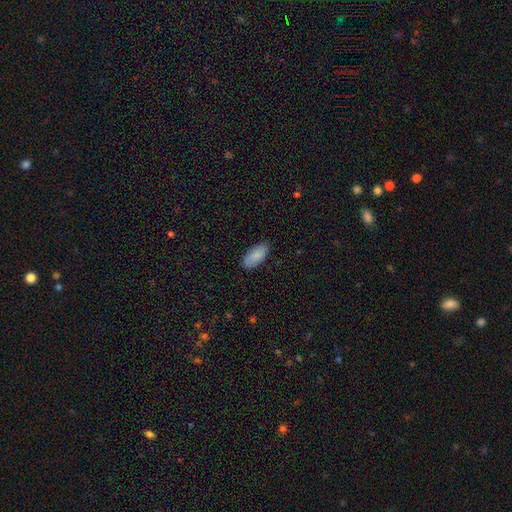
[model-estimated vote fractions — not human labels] This appears to be a smooth galaxy with no disk features (88%) that is in between round and cigar-shaped (89%). Merging: none (85%).